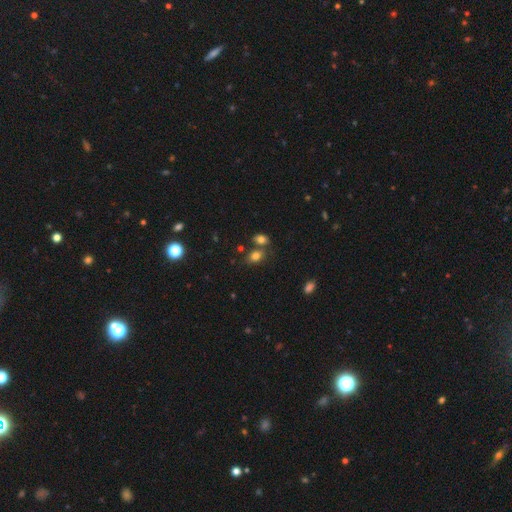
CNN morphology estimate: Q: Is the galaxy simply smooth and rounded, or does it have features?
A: smooth — 79%.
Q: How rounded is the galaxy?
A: in between — 77%.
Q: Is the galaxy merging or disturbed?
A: none — 58%.